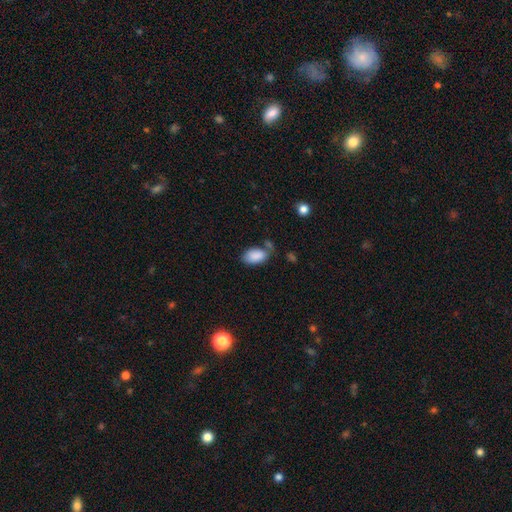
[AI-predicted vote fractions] smooth-or-featured: smooth: 88% | star or artifact: 7% | featured or disk: 5%
  how-rounded: in between: 94% | round: 4% | cigar-shaped: 2%
  merging: none: 58% | minor disturbance: 22% | merger: 13% | major disturbance: 7%